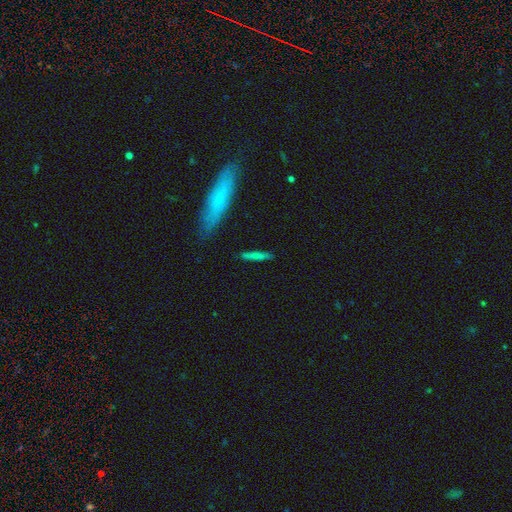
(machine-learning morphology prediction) This is likely a smooth galaxy (72%). How rounded: clearly cigar-shaped (90%). Merging: clearly none (85%).